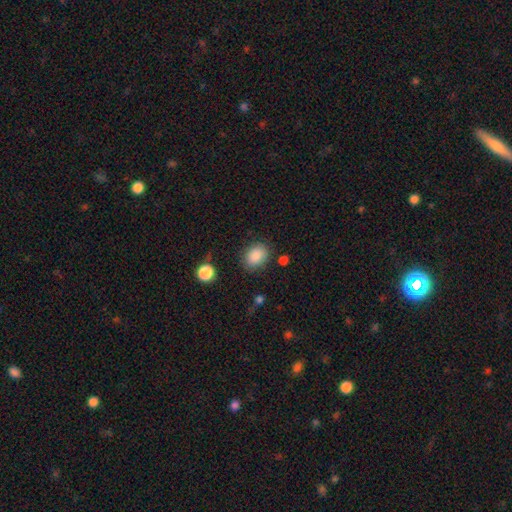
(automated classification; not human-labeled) This appears to be a smooth galaxy with no disk features (87%) that is in between round and cigar-shaped (65%). Merging: none (80%).